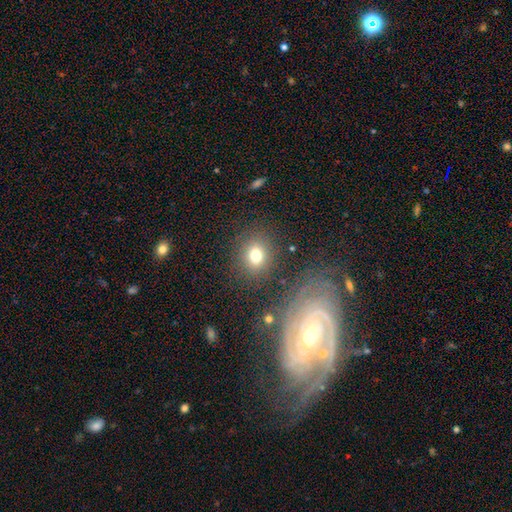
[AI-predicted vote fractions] Morphology: type=smooth (76%); roundness=round (59%); merging=none (82%).